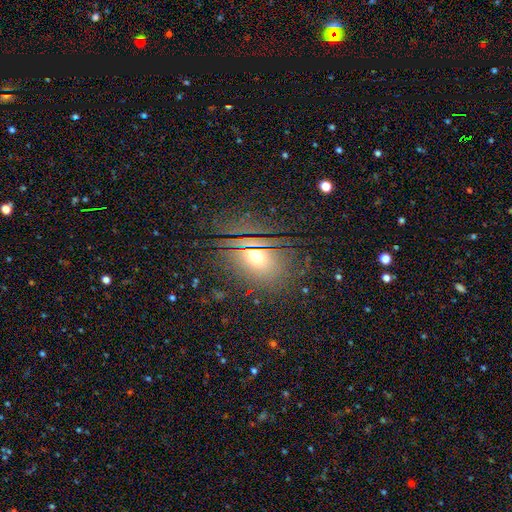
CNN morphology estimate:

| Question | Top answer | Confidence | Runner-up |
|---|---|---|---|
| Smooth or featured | smooth | 52% | star or artifact (31%) |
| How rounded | round | 50% | in between (47%) |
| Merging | none | 78% | minor disturbance (12%) |